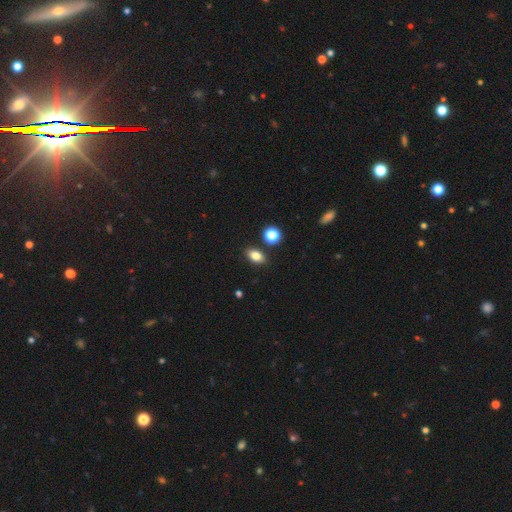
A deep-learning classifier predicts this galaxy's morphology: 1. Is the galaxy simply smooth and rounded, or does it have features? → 80% smooth, 12% star or artifact, 8% featured or disk.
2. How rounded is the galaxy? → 81% in between, 16% round, 3% cigar-shaped.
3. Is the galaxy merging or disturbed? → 84% none, 9% minor disturbance, 5% merger, 2% major disturbance.